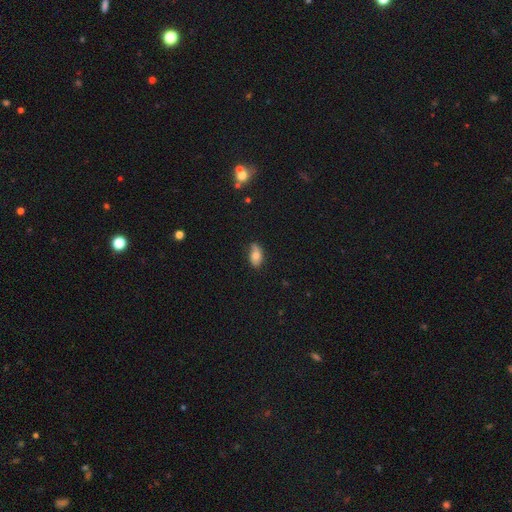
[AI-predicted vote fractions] Smooth or featured? Predicted: smooth (p=0.64). How rounded? Predicted: in between (p=0.90). Merging? Predicted: none (p=0.63).